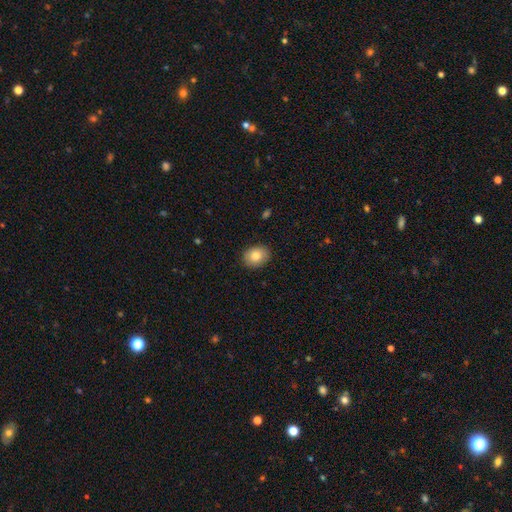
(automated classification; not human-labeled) Smooth or featured? Predicted: smooth (p=0.83). How rounded? Predicted: in between (p=0.62). Merging? Predicted: none (p=0.89).